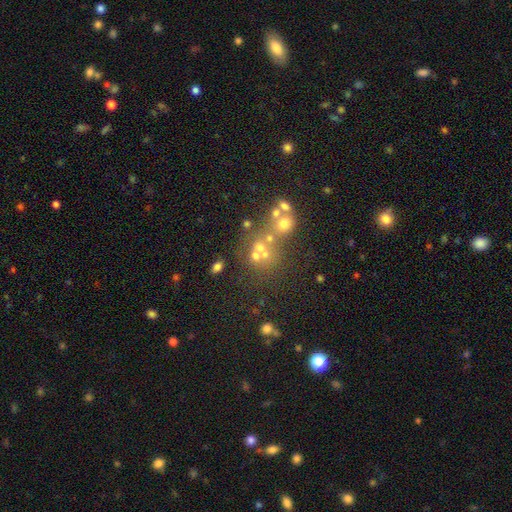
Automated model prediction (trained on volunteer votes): Morphology: type=smooth (48%); merging=none (40%, tied with merger).